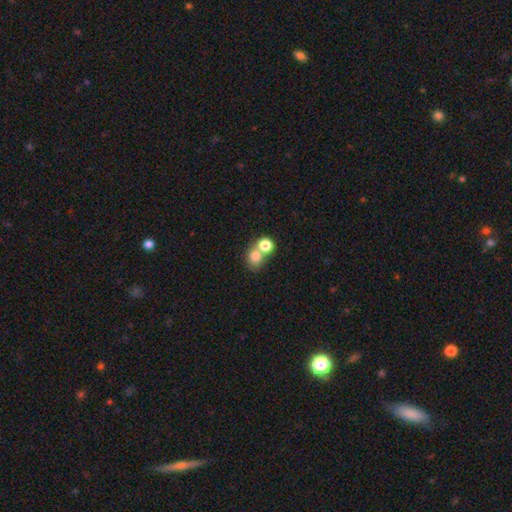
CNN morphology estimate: smooth-or-featured: smooth: 78% | star or artifact: 11% | featured or disk: 11%
  how-rounded: round: 72% | in between: 27% | cigar-shaped: 1%
  merging: merger: 56% | none: 34% | minor disturbance: 6% | major disturbance: 3%